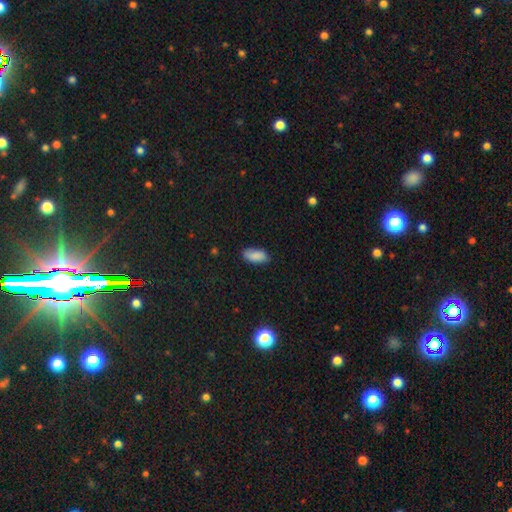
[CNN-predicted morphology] This is clearly a smooth galaxy (88%). How rounded: clearly in between (91%). Merging: clearly none (83%).